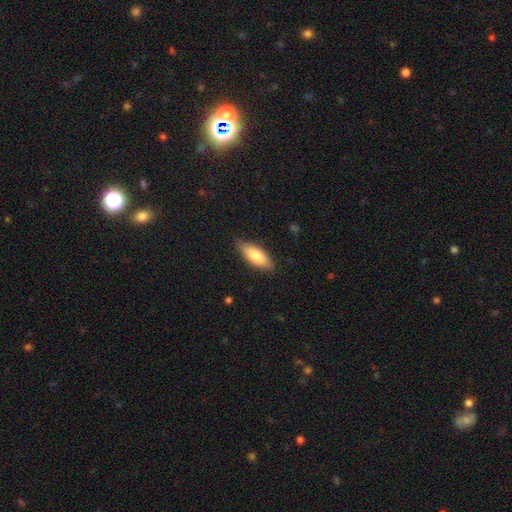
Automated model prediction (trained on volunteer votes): Smooth or featured? Predicted: smooth (p=0.78). How rounded? Predicted: in between (p=0.71). Merging? Predicted: none (p=0.83).